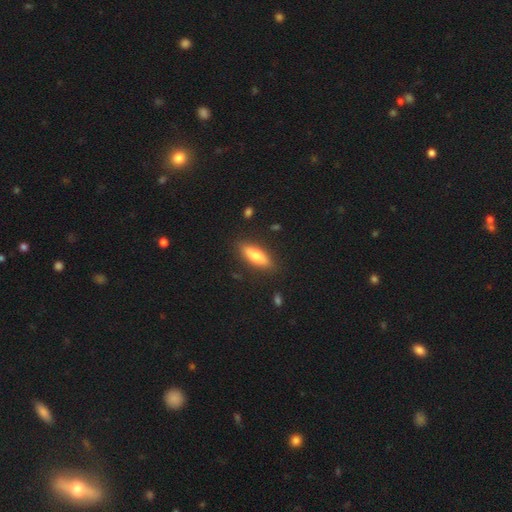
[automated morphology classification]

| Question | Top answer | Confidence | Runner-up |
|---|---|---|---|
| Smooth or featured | smooth | 74% | featured or disk (20%) |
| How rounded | in between | 51% | cigar-shaped (47%) |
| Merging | none | 87% | minor disturbance (10%) |